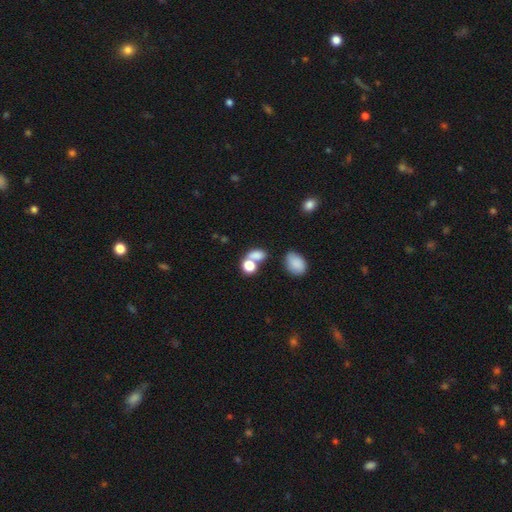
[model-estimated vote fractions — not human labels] smooth_or_featured: smooth (p=0.77) [alt: star or artifact p=0.13]
how_rounded: in between (p=0.62) [alt: round p=0.35]
merging: merger (p=0.46) [alt: none p=0.37]